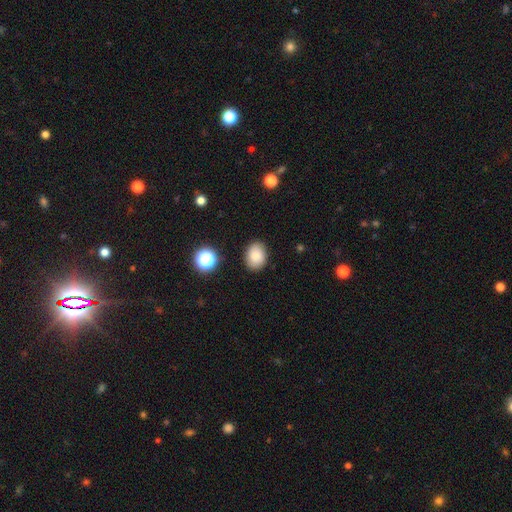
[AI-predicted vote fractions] A smooth galaxy with no disk features (83%) that is in between round and cigar-shaped (67%).

Vote fractions:
- Smooth or featured? smooth: 83% / star or artifact: 10% / featured or disk: 7%
- How rounded? in between: 67% / round: 32% / cigar-shaped: 1%
- Merging? none: 86% / minor disturbance: 10% / major disturbance: 3% / merger: 2%